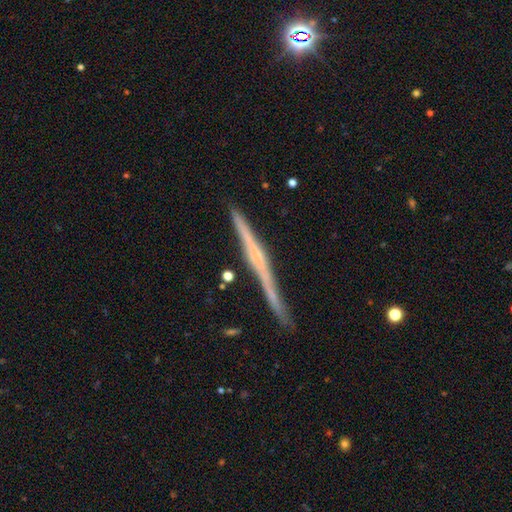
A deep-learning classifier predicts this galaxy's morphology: This is likely a featured or disk galaxy (74%). It is clearly viewed edge-on (98%). Edge-on bulge: possibly none (52%). Merging: clearly none (83%).